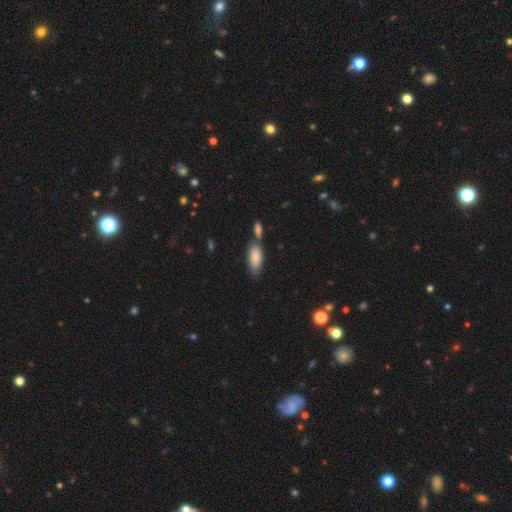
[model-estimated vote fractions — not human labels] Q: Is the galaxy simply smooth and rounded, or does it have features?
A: smooth — 80%.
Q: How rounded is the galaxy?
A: in between — 79%.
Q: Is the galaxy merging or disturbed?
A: none — 59%.